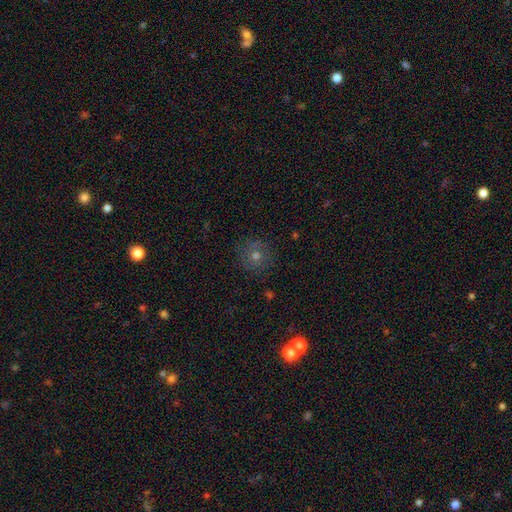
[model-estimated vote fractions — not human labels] Smooth or featured: smooth — 53% (star or artifact — 27%)
How rounded: round — 93% (in between — 6%)
Merging: none — 84% (minor disturbance — 10%)